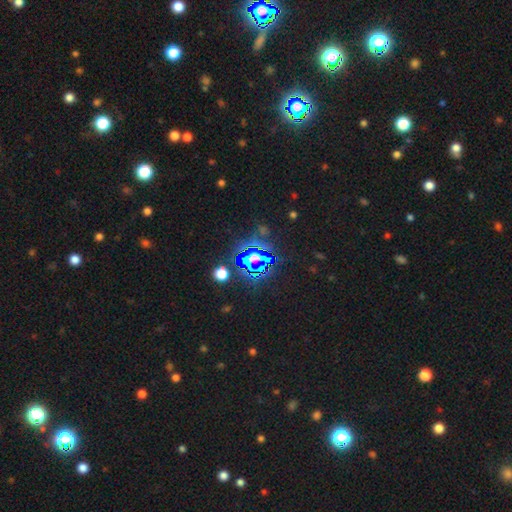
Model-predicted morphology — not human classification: star or artifact 81%, smooth 12%, featured or disk 7%.